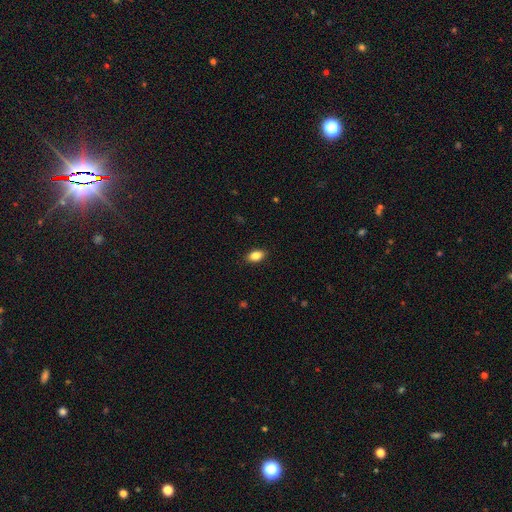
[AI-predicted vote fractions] Overall: smooth (85%). How rounded: in between (89%). Merging: none (89%).